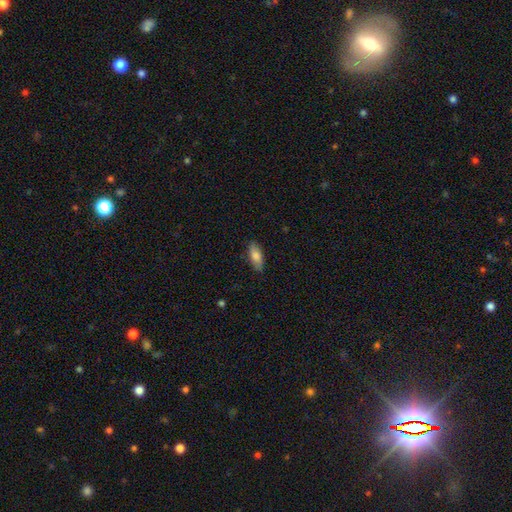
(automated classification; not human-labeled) Morphology: type=smooth (81%); roundness=in between (78%); merging=none (84%).